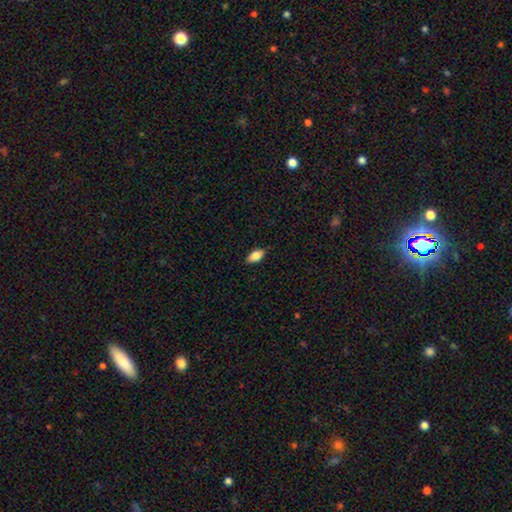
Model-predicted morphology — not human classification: Smooth or featured? smooth (83%)
How rounded? in between (90%)
Merging? none (85%)